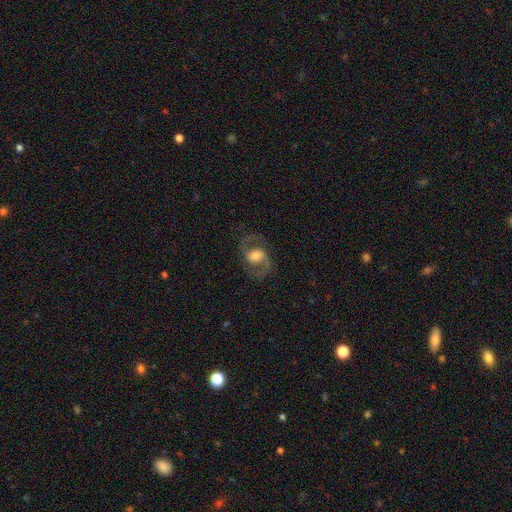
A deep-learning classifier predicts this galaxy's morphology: This is clearly a featured or disk galaxy (84%). It is clearly not viewed edge-on (97%). Bar: marginally no (45%). Spiral arm pattern: clearly yes (94%). Spiral arm count: clearly 2 (92%). Spiral winding: possibly medium (59%). Central bulge: possibly moderate (59%). Merging: likely none (78%).